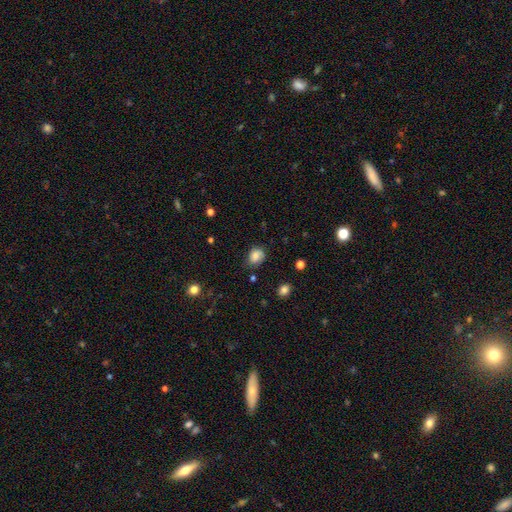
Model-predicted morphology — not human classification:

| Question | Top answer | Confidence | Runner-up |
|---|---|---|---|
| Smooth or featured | smooth | 76% | featured or disk (14%) |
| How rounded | in between | 54% | round (45%) |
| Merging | none | 63% | minor disturbance (27%) |